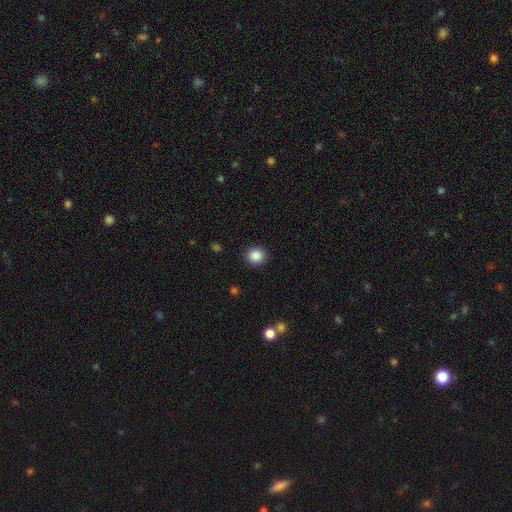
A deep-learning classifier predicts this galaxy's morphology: Smooth or featured? Predicted: smooth (p=0.87). How rounded? Predicted: round (p=0.89). Merging? Predicted: none (p=0.91).